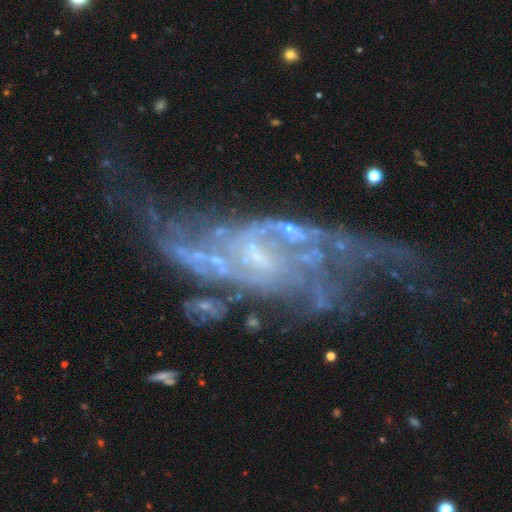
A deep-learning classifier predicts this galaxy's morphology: The model was most divided on "merging": none: 39%, major disturbance: 33%, minor disturbance: 18%, merger: 10%. Remaining: edge-on disk — no (94%); spiral arms — yes (89%); smooth or featured — featured or disk (86%); bulge size — small (56%); spiral arm count — 2 (50%); spiral winding — loose (48%); bar — weak (46%).